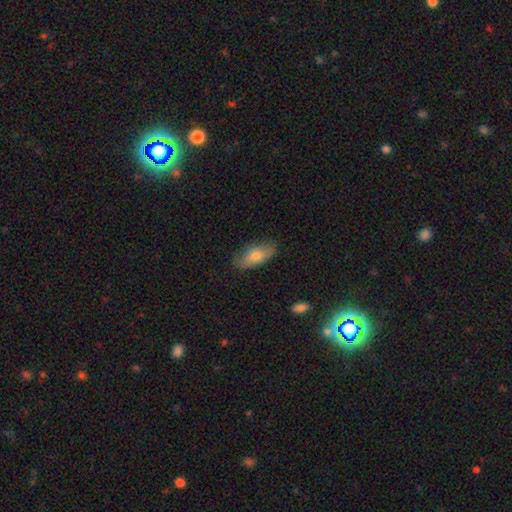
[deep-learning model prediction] Morphology: type=smooth (68%); roundness=in between (81%); merging=none (74%).